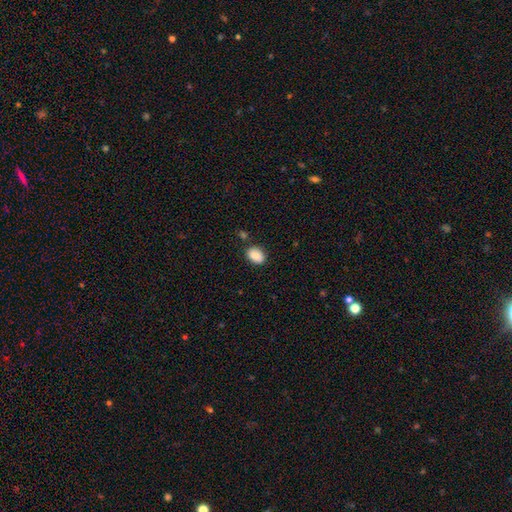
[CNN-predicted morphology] This is clearly a smooth galaxy (88%). How rounded: likely in between (79%). Merging: clearly none (81%).